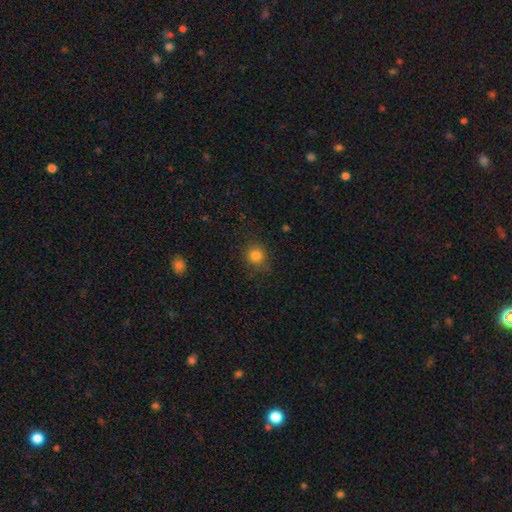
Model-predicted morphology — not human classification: Q: Smooth or featured?
A: smooth (82%); runner-up: star or artifact (12%)
Q: How rounded?
A: round (82%); runner-up: in between (17%)
Q: Merging?
A: none (78%); runner-up: minor disturbance (15%)